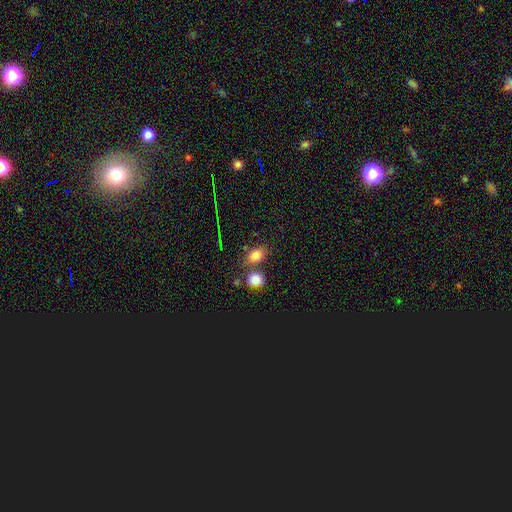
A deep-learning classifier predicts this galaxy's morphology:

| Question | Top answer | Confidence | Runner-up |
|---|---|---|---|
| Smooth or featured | smooth | 79% | star or artifact (13%) |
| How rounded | in between | 67% | round (31%) |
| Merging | none | 65% | merger (20%) |